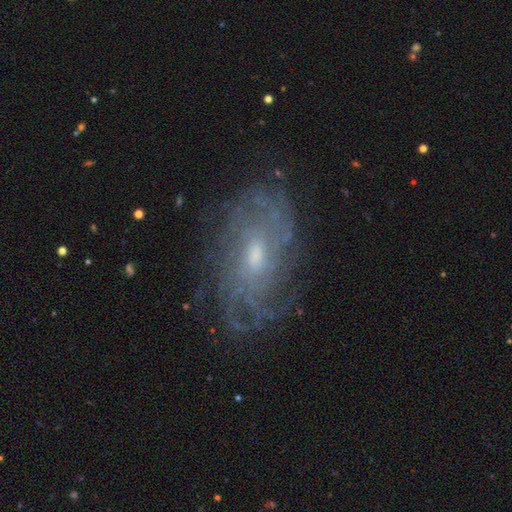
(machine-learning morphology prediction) Q: Smooth or featured?
A: featured or disk (81%); runner-up: smooth (11%)
Q: Edge-on disk?
A: no (94%); runner-up: yes (6%)
Q: Bar?
A: no (56%); runner-up: weak (38%)
Q: Spiral arms?
A: yes (90%); runner-up: no (10%)
Q: Spiral winding?
A: tight (59%); runner-up: medium (30%)
Q: Spiral arm count?
A: can't tell (50%); runner-up: 4 (14%)
Q: Bulge size?
A: moderate (55%); runner-up: small (37%)
Q: Merging?
A: none (75%); runner-up: minor disturbance (16%)